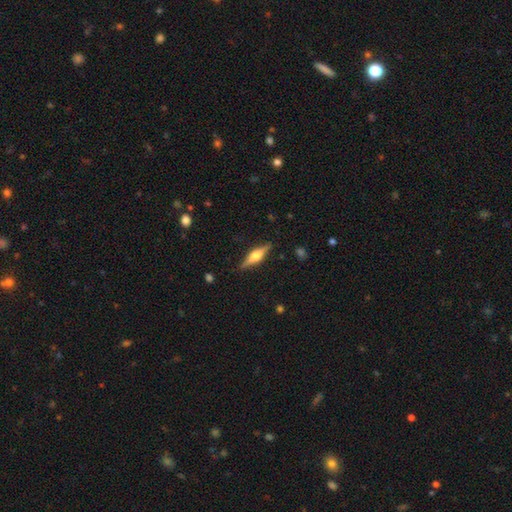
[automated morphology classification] This is likely a featured or disk galaxy (64%). It is clearly viewed edge-on (96%). Edge-on bulge: clearly rounded (93%). Merging: clearly none (88%).